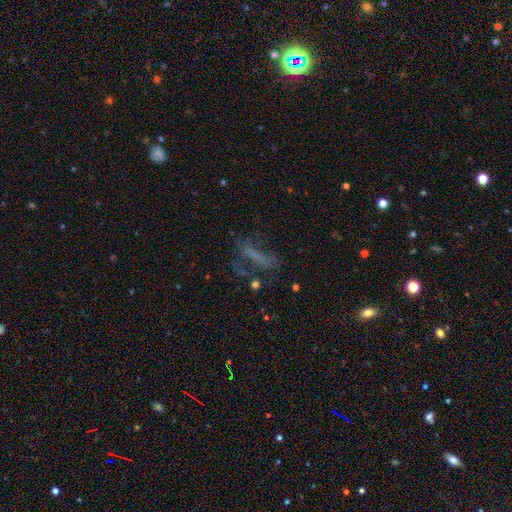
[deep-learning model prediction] smooth-or-featured: smooth: 40% | featured or disk: 33% | star or artifact: 27%
  merging: none: 43% | major disturbance: 32% | minor disturbance: 19% | merger: 7%